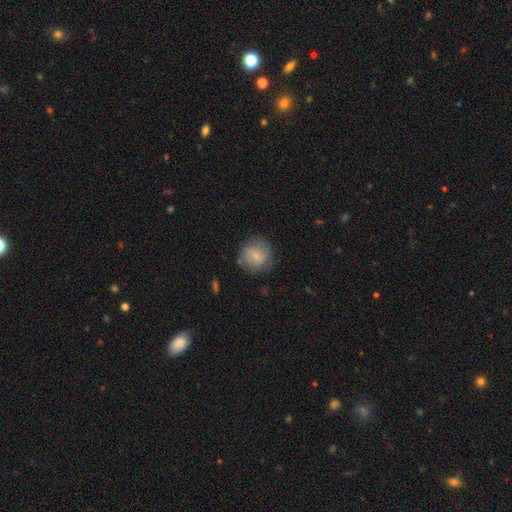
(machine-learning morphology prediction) This is likely a smooth galaxy (72%). How rounded: clearly round (89%). Merging: likely none (74%).